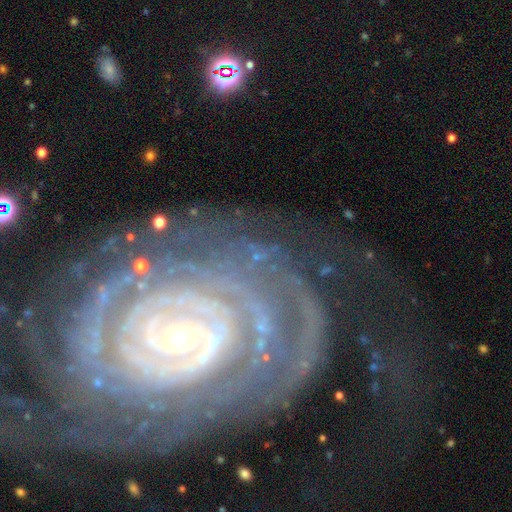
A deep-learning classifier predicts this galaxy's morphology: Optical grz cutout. It shows a featured or disk galaxy (85%) with no bar (61%), tight (80%) spiral arms (95%) and a small central bulge (79%). Merging: none (69%).